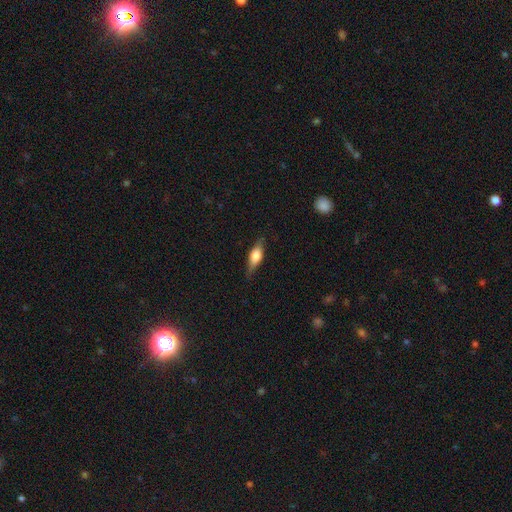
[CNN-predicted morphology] This is possibly a smooth galaxy (53%). How rounded: likely in between (61%). Merging: clearly none (81%).